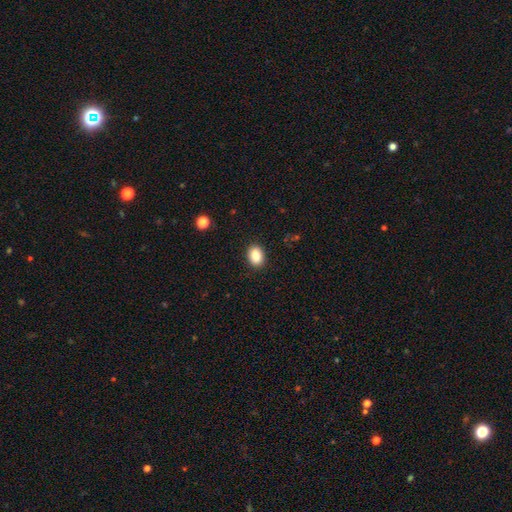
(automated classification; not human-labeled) Smooth or featured? smooth (87%)
How rounded? in between (73%)
Merging? none (89%)